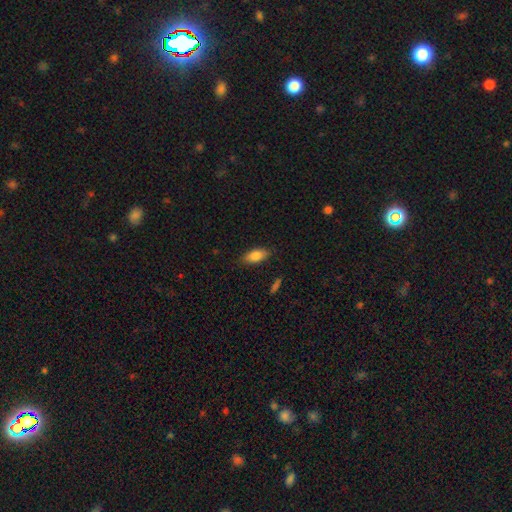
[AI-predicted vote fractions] This is clearly a smooth galaxy (82%). How rounded: clearly in between (84%). Merging: clearly none (83%).